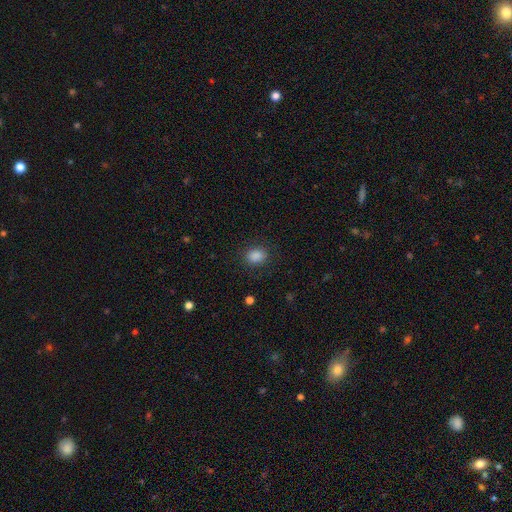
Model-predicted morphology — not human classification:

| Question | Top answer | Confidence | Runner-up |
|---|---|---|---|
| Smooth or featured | smooth | 86% | star or artifact (10%) |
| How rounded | in between | 57% | round (42%) |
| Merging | none | 86% | minor disturbance (9%) |